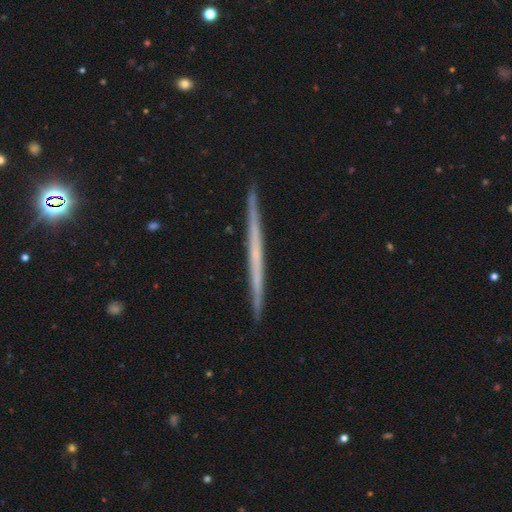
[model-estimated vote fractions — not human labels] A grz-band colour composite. It shows a featured or disk galaxy (60%) viewed edge-on (98%) with no central bulge (92%). Merging: none (92%).